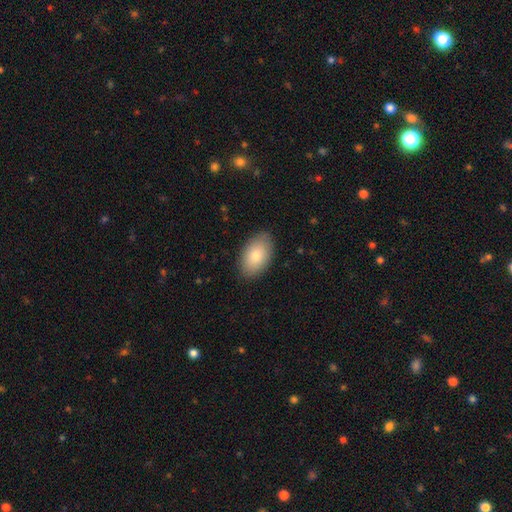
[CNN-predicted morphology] The model was most divided on "smooth or featured": smooth: 79%, featured or disk: 14%, star or artifact: 7%. More confident: how rounded — in between (93%); merging — none (87%).